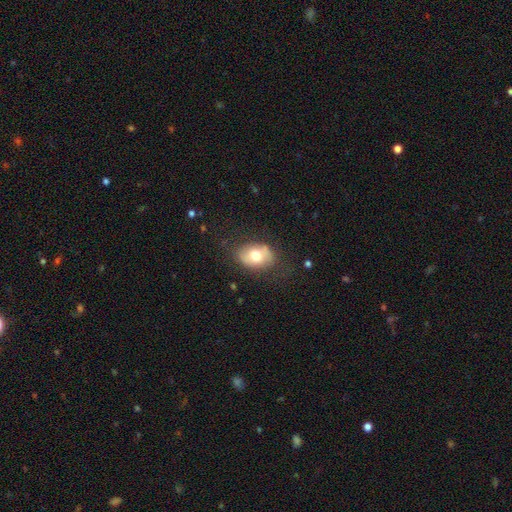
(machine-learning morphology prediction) Overall: smooth (65%; featured or disk 27%). How rounded: in between (79%). Merging: none (73%).